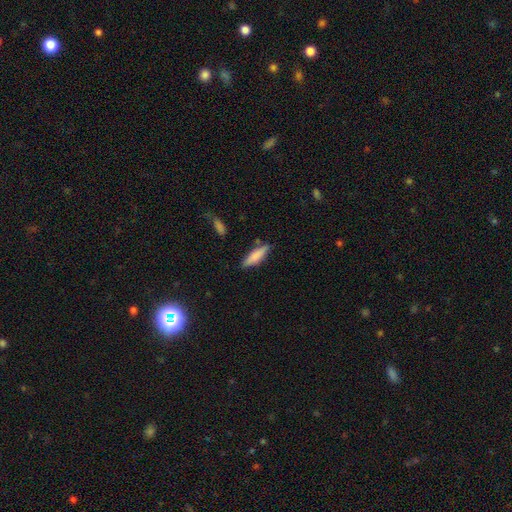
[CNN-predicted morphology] Smooth or featured? smooth (78%)
How rounded? cigar-shaped (58%)
Merging? none (78%)